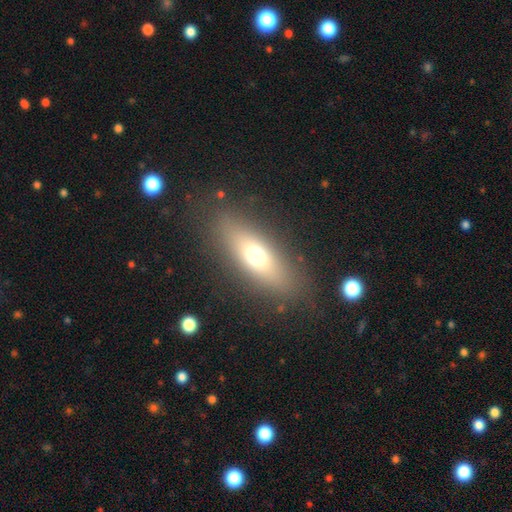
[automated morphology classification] Q: Smooth or featured?
A: smooth (63%); runner-up: featured or disk (26%)
Q: How rounded?
A: in between (62%); runner-up: cigar-shaped (34%)
Q: Merging?
A: none (83%); runner-up: minor disturbance (10%)